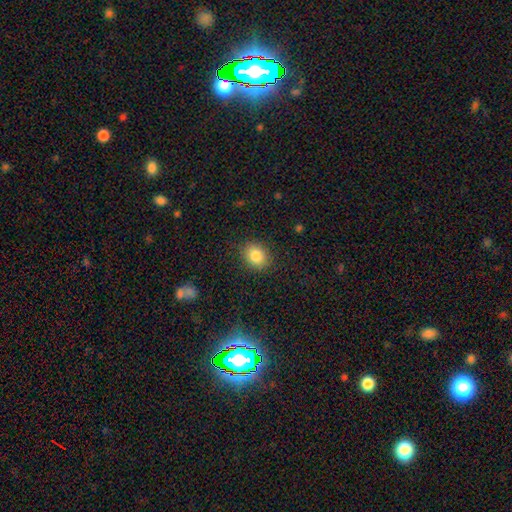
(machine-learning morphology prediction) The model was most divided on "how rounded": in between: 51%, round: 48%, cigar-shaped: 1%. More confident: merging — none (86%); smooth or featured — smooth (84%).